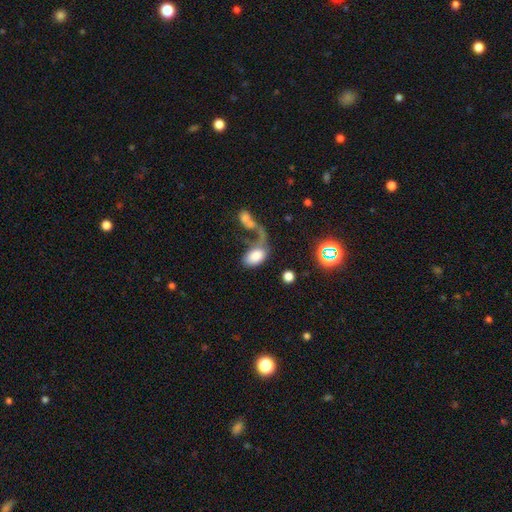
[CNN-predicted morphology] smooth 72%, featured or disk 19%, star or artifact 9%. Down the decision tree: how rounded — in between (90%); merging — merger (38%).